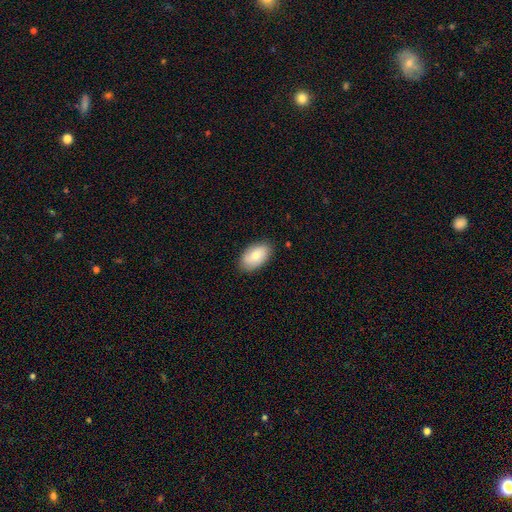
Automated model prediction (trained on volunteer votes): smooth 79%, featured or disk 15%, star or artifact 6%. Down the decision tree: how rounded — in between (94%); merging — none (84%).